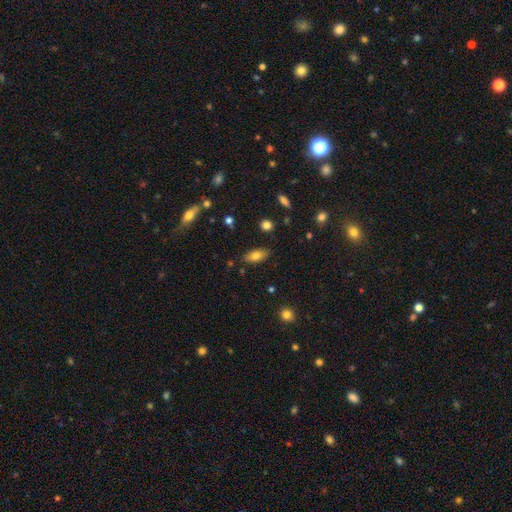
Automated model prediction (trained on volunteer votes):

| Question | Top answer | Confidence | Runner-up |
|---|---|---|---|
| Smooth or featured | smooth | 72% | featured or disk (19%) |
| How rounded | in between | 83% | cigar-shaped (14%) |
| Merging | none | 84% | minor disturbance (12%) |